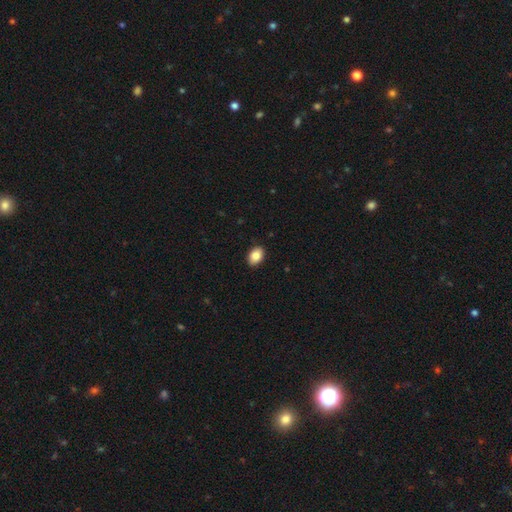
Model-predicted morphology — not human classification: Smooth or featured: smooth — 86% (star or artifact — 8%)
How rounded: in between — 85% (round — 14%)
Merging: none — 90% (minor disturbance — 7%)